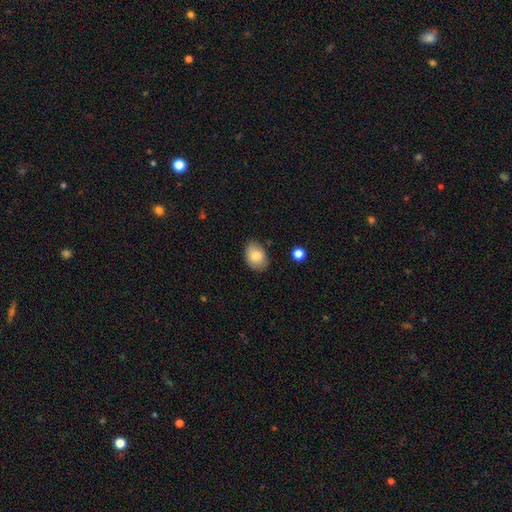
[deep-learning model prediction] smooth 83%, featured or disk 9%, star or artifact 8%. Down the decision tree: how rounded — in between (76%); merging — none (81%).